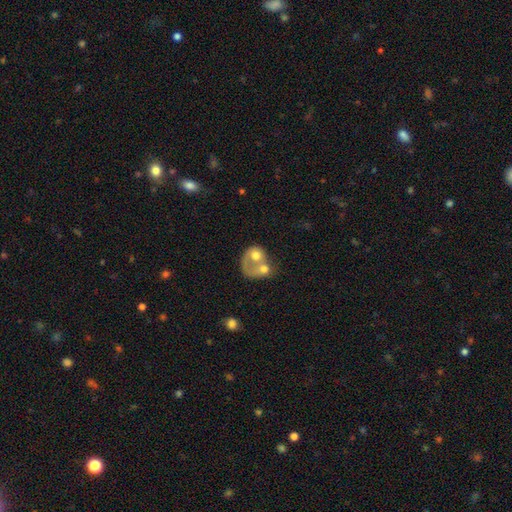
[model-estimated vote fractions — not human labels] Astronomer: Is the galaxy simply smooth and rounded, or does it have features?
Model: smooth — 53% (runner-up: featured or disk, 40%).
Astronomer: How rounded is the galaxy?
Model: round — 60% (runner-up: in between, 39%).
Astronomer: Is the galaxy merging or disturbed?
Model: merger — 68%.